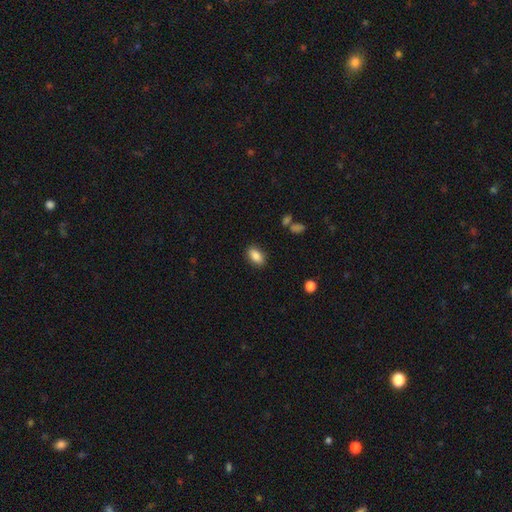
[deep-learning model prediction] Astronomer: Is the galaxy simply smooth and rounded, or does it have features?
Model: smooth — 87%.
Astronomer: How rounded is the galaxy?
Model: in between — 90%.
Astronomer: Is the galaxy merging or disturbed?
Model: none — 87%.